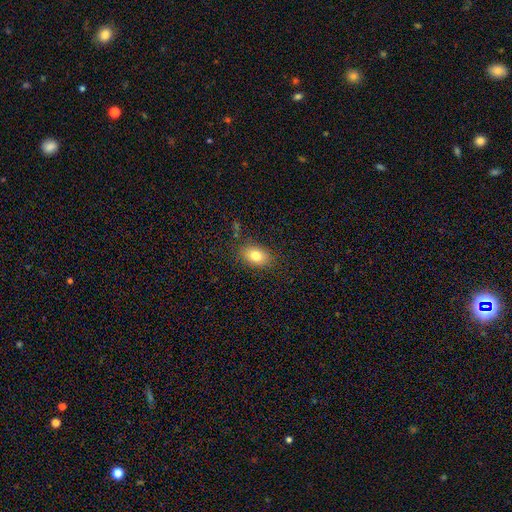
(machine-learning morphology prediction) Q: Smooth or featured?
A: smooth (81%); runner-up: featured or disk (10%)
Q: How rounded?
A: in between (83%); runner-up: round (16%)
Q: Merging?
A: none (84%); runner-up: minor disturbance (11%)